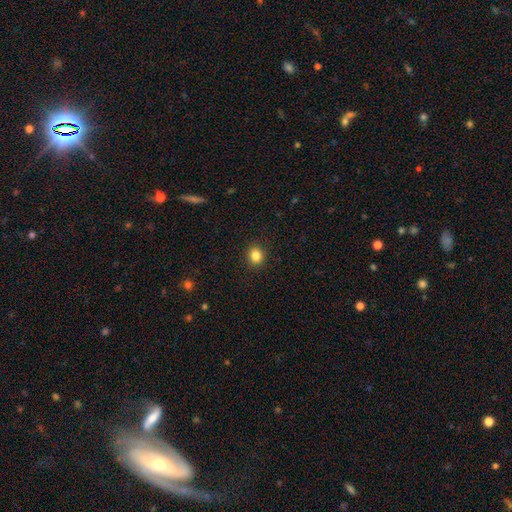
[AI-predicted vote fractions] Q: Smooth or featured?
A: smooth (84%); runner-up: star or artifact (11%)
Q: How rounded?
A: round (76%); runner-up: in between (23%)
Q: Merging?
A: none (91%); runner-up: minor disturbance (6%)